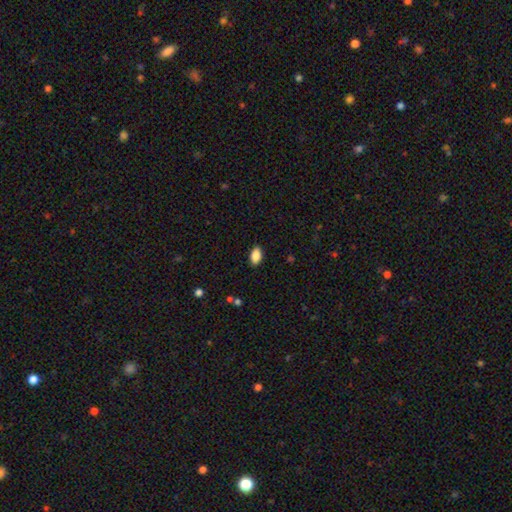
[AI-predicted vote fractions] A smooth galaxy with no disk features (88%) that is in between round and cigar-shaped (93%).

Vote fractions:
- Smooth or featured? smooth: 88% / star or artifact: 8% / featured or disk: 4%
- How rounded? in between: 93% / round: 4% / cigar-shaped: 3%
- Merging? none: 88% / minor disturbance: 9% / major disturbance: 2% / merger: 1%